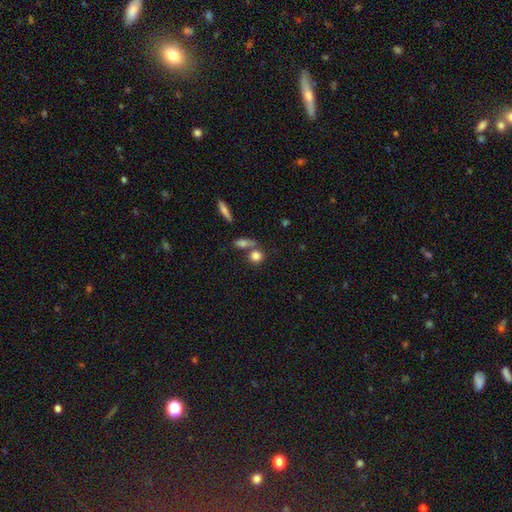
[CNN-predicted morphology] Smooth or featured: smooth — 82% (star or artifact — 10%)
How rounded: round — 77% (in between — 20%)
Merging: none — 54% (merger — 33%)